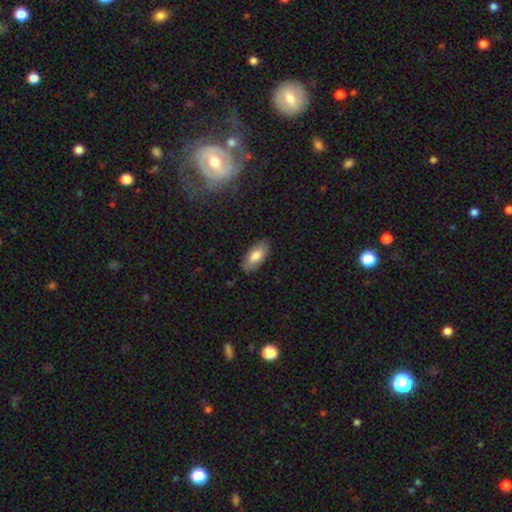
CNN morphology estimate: type=smooth (76%); roundness=in between (89%); merging=none (85%).